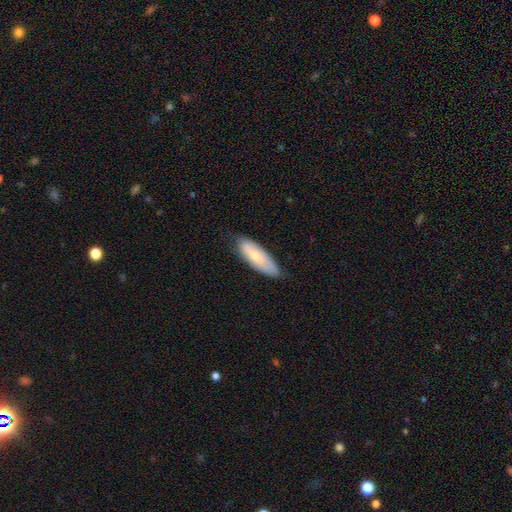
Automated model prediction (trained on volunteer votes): This is likely a smooth galaxy (71%). How rounded: likely in between (62%). Merging: likely none (75%).